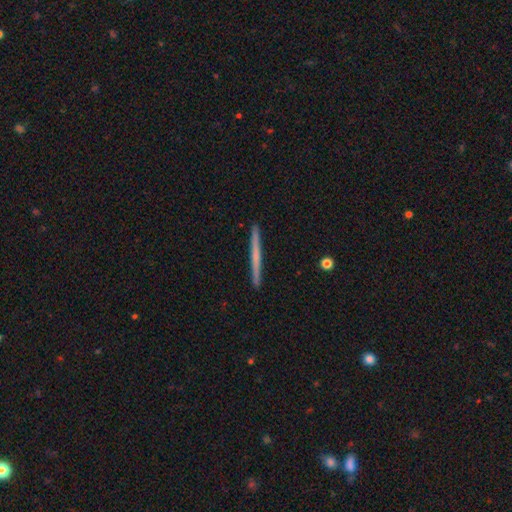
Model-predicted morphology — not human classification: A smooth galaxy with no disk features (48%).

Vote fractions:
- Smooth or featured? smooth: 48% / featured or disk: 47% / star or artifact: 5%
- Merging? none: 94% / minor disturbance: 4% / major disturbance: 1% / merger: 1%